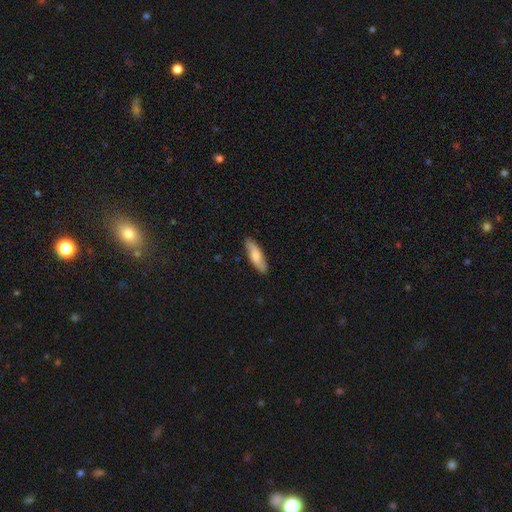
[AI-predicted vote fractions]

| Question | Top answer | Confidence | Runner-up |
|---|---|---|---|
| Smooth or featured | smooth | 72% | featured or disk (22%) |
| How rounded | cigar-shaped | 50% | in between (48%) |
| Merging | none | 87% | minor disturbance (10%) |